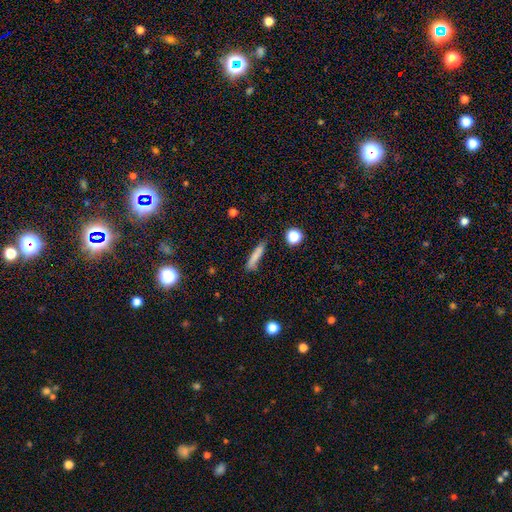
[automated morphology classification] A smooth galaxy with no disk features (79%) that is cigar-shaped (89%).

Vote fractions:
- Smooth or featured? smooth: 79% / featured or disk: 12% / star or artifact: 9%
- How rounded? cigar-shaped: 89% / in between: 9% / round: 2%
- Merging? none: 76% / minor disturbance: 17% / major disturbance: 4% / merger: 3%